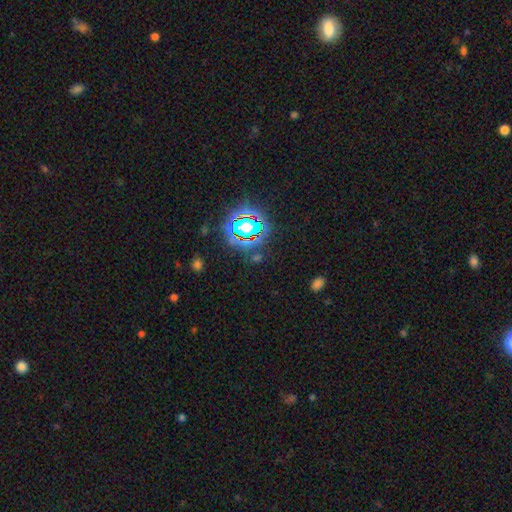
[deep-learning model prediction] smooth_or_featured: star or artifact (p=0.73) [alt: smooth p=0.17]